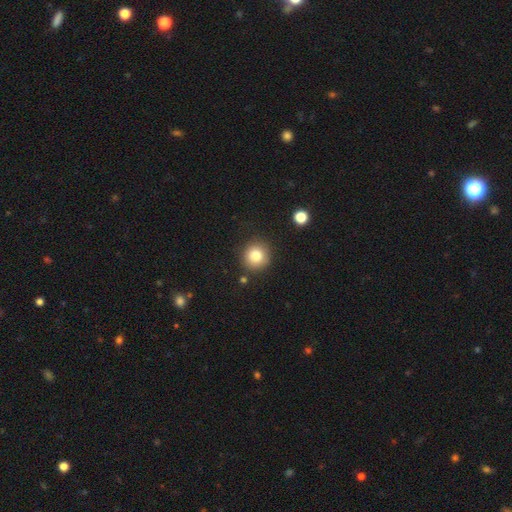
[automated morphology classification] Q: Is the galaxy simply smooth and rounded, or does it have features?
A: smooth — 84%.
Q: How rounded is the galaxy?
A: round — 91%.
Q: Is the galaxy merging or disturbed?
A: none — 85%.